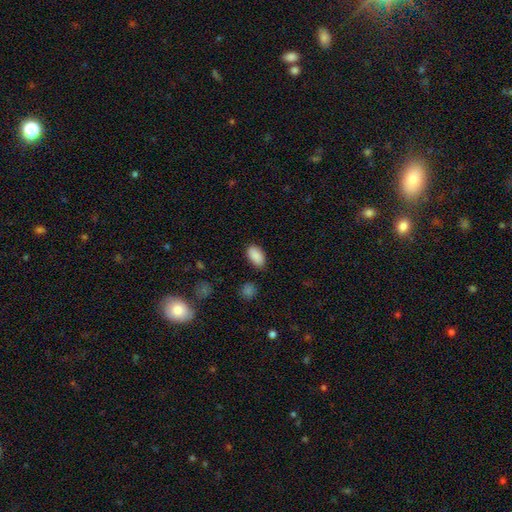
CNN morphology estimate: A smooth galaxy with no disk features (89%) that is in between round and cigar-shaped (94%).

Vote fractions:
- Smooth or featured? smooth: 89% / star or artifact: 7% / featured or disk: 3%
- How rounded? in between: 94% / round: 5% / cigar-shaped: 2%
- Merging? none: 82% / minor disturbance: 13% / major disturbance: 3% / merger: 2%